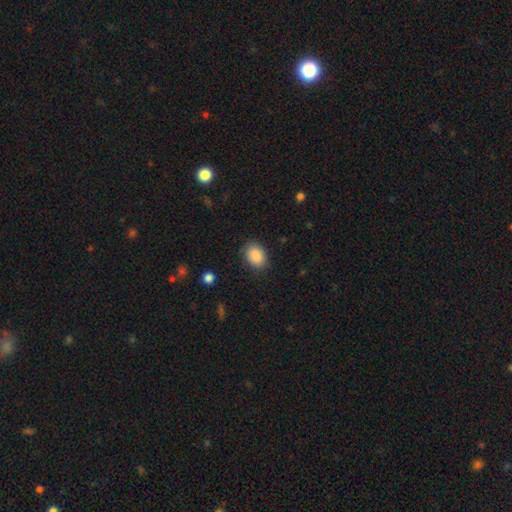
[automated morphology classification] Q: Smooth or featured?
A: smooth (89%); runner-up: star or artifact (7%)
Q: How rounded?
A: in between (76%); runner-up: round (23%)
Q: Merging?
A: none (84%); runner-up: minor disturbance (12%)